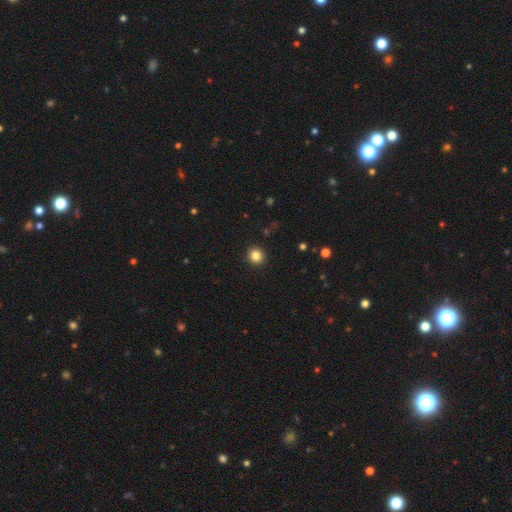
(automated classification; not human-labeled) Smooth or featured? smooth (84%)
How rounded? round (92%)
Merging? none (92%)